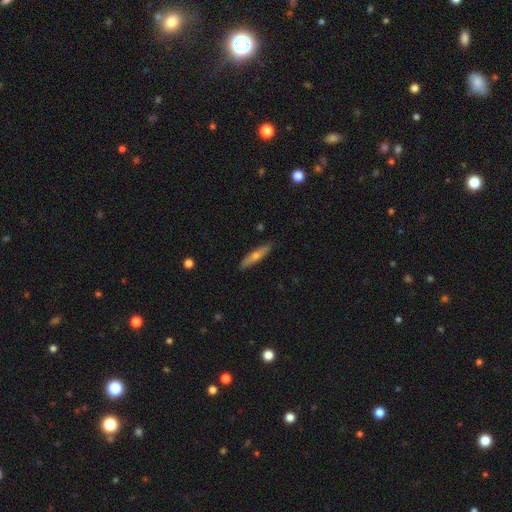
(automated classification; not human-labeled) Smooth or featured? smooth (50%)
How rounded? cigar-shaped (86%)
Merging? none (89%)